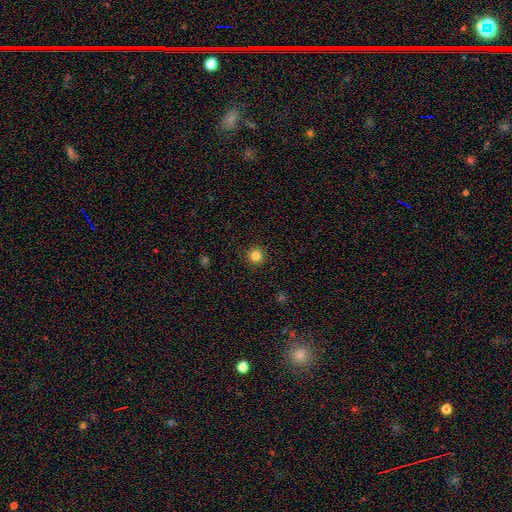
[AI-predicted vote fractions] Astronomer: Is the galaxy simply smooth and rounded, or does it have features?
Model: smooth — 83%.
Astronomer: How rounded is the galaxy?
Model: round — 95%.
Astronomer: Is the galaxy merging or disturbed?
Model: none — 92%.